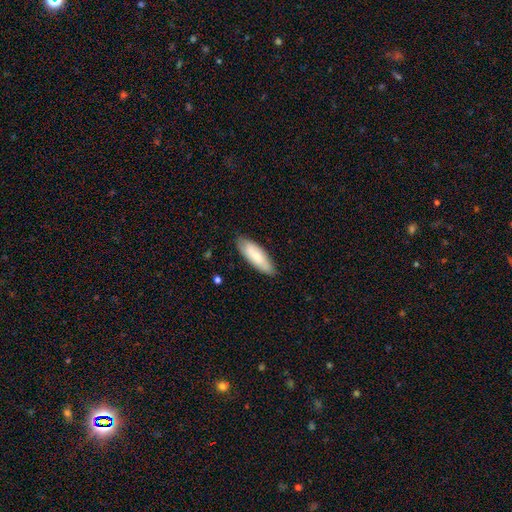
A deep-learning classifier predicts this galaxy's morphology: Q: Smooth or featured?
A: smooth (79%); runner-up: featured or disk (16%)
Q: How rounded?
A: in between (60%); runner-up: cigar-shaped (38%)
Q: Merging?
A: none (84%); runner-up: minor disturbance (13%)